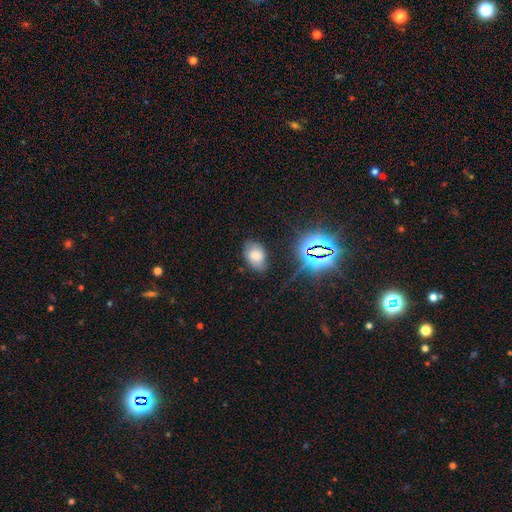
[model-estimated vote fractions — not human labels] Morphology: type=smooth (67%); roundness=in between (89%); merging=none (71%).